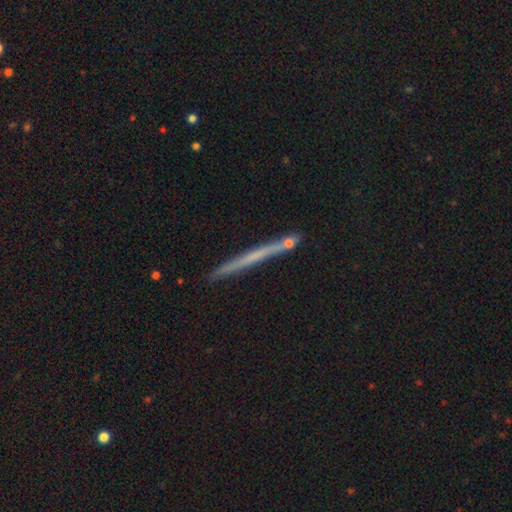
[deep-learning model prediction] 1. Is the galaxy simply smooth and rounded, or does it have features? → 50% featured or disk, 41% smooth, 9% star or artifact.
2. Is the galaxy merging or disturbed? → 85% none, 8% minor disturbance, 5% merger, 2% major disturbance.